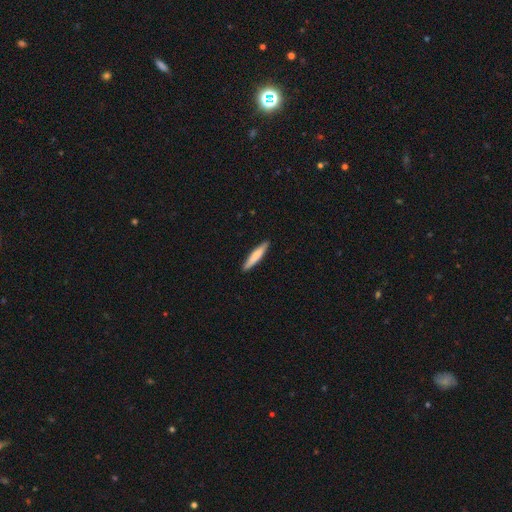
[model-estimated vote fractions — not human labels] smooth 74%, featured or disk 21%, star or artifact 5%. Down the decision tree: how rounded — cigar-shaped (90%); merging — none (91%).